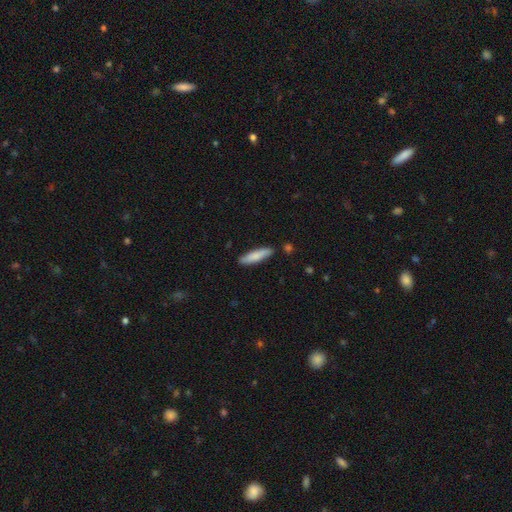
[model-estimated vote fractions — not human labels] Q: Smooth or featured?
A: smooth (81%); runner-up: featured or disk (14%)
Q: How rounded?
A: cigar-shaped (77%); runner-up: in between (22%)
Q: Merging?
A: none (84%); runner-up: minor disturbance (11%)